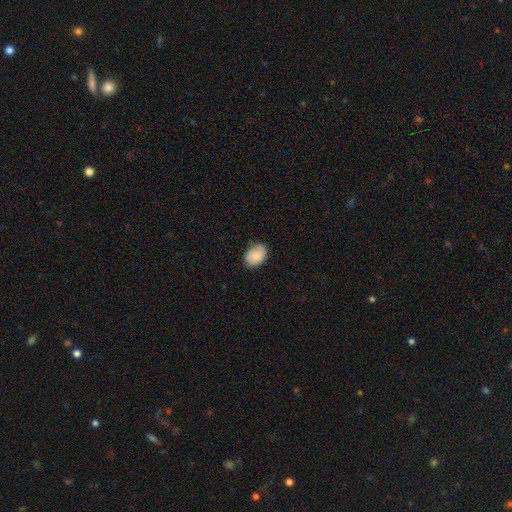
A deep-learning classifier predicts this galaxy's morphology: Smooth or featured? smooth (80%)
How rounded? in between (77%)
Merging? none (71%)